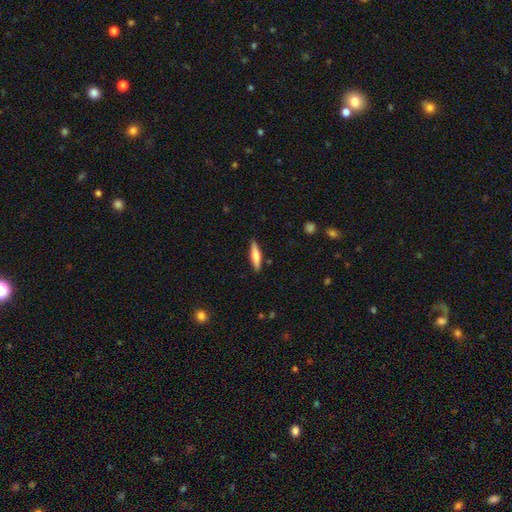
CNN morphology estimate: This is likely a smooth galaxy (65%). How rounded: likely cigar-shaped (79%). Merging: clearly none (88%).